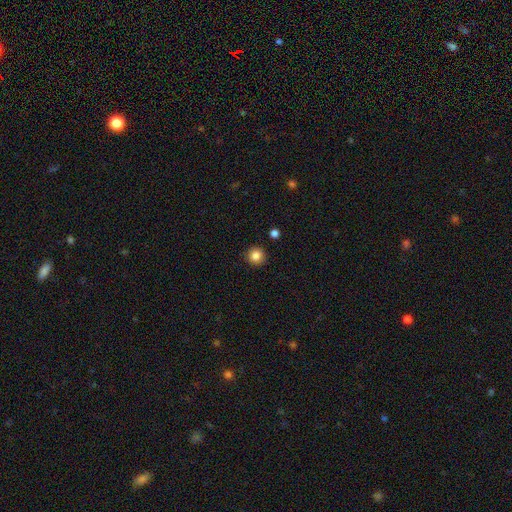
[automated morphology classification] A smooth galaxy with no disk features (85%) that is round (94%).

Vote fractions:
- Smooth or featured? smooth: 85% / star or artifact: 11% / featured or disk: 4%
- How rounded? round: 94% / in between: 5% / cigar-shaped: 1%
- Merging? none: 91% / minor disturbance: 5% / major disturbance: 2% / merger: 2%